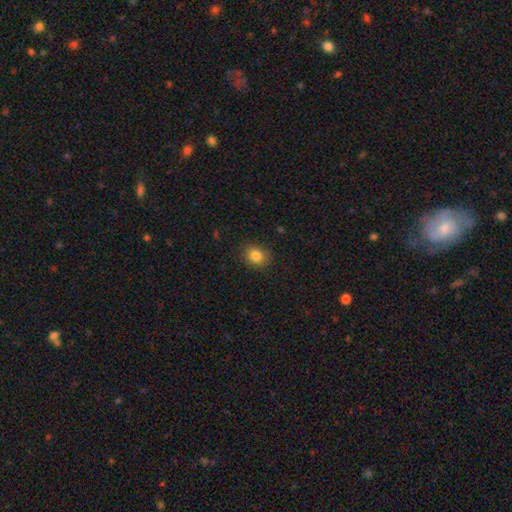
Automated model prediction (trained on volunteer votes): This is clearly a smooth galaxy (84%). How rounded: likely round (63%). Merging: clearly none (86%).